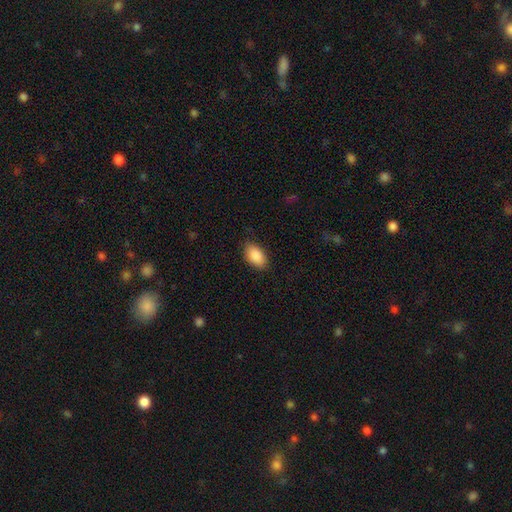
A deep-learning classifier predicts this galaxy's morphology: This is clearly a smooth galaxy (90%). How rounded: clearly in between (94%). Merging: clearly none (85%).